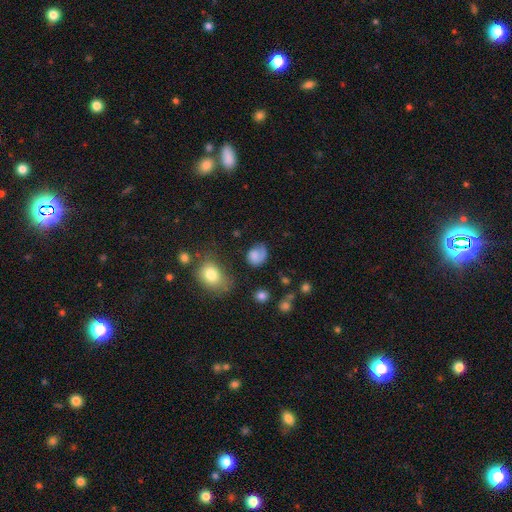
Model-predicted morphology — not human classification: smooth_or_featured: smooth (p=0.65) [alt: featured or disk p=0.25]
how_rounded: round (p=0.55) [alt: in between p=0.44]
merging: none (p=0.46) [alt: minor disturbance p=0.27]